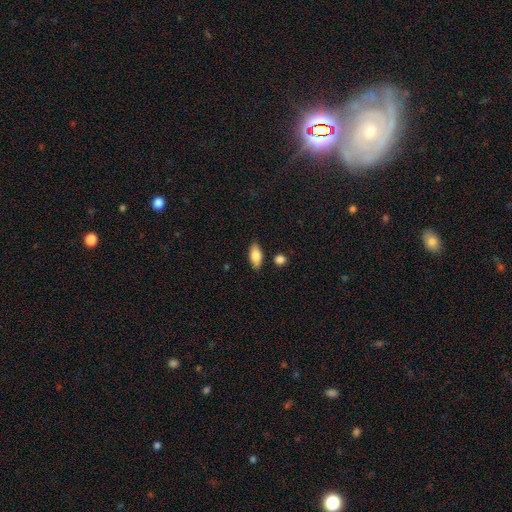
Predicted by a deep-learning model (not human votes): Overall: smooth (80%). How rounded: in between (83%). Merging: none (83%).